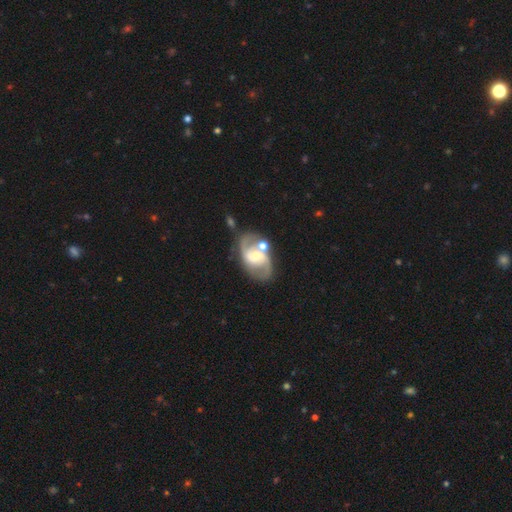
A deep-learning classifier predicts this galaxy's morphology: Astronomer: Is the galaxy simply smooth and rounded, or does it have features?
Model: featured or disk — 84%.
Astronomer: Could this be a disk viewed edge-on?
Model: no — 97%.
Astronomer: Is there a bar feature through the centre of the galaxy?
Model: weak — 44% (runner-up: no, 37%).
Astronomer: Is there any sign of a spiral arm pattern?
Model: yes — 94%.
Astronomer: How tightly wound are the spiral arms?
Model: medium — 54% (runner-up: loose, 30%).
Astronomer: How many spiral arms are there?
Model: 2 — 91%.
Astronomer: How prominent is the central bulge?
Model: moderate — 50% (runner-up: small, 42%).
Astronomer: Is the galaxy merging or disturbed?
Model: none — 61%.